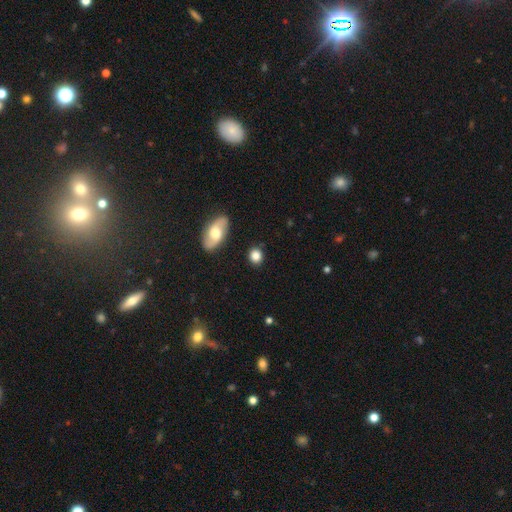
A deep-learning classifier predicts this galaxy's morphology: Q: Smooth or featured?
A: smooth (84%); runner-up: star or artifact (8%)
Q: How rounded?
A: round (72%); runner-up: in between (26%)
Q: Merging?
A: none (87%); runner-up: minor disturbance (8%)